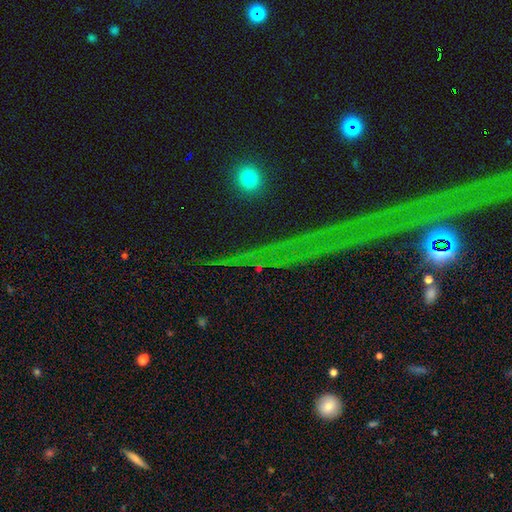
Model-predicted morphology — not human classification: smooth_or_featured: star or artifact (p=0.75) [alt: smooth p=0.14]